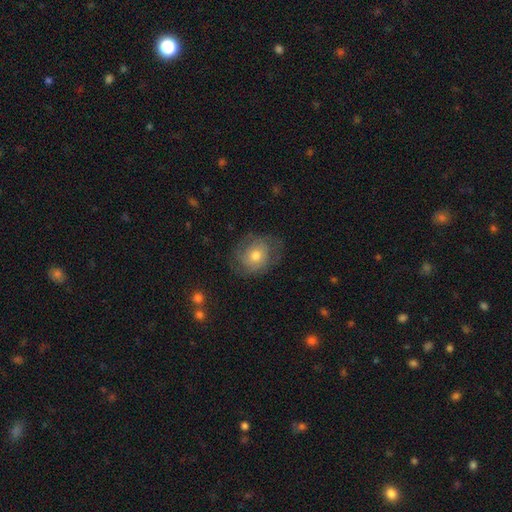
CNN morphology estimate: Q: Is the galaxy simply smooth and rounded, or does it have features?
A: featured or disk — 46%.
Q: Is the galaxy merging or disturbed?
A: none — 68%.